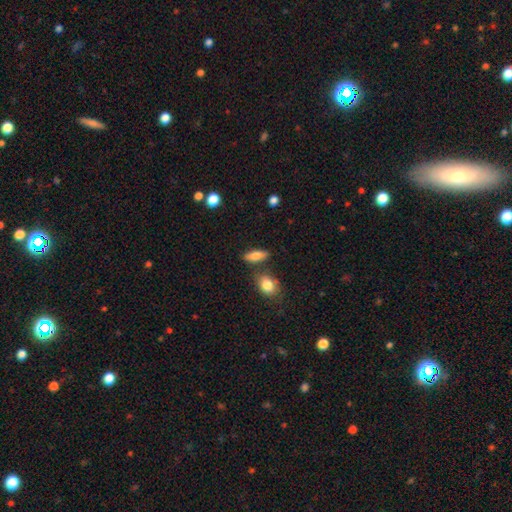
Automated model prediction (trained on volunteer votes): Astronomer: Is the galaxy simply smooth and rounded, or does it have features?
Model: smooth — 77%.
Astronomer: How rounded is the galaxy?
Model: in between — 70%.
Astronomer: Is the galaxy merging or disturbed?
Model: none — 76%.